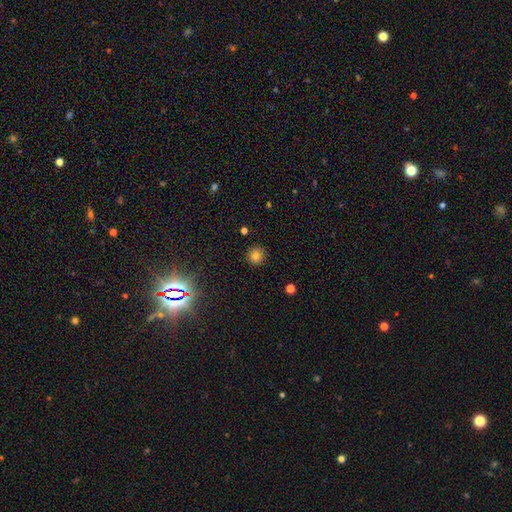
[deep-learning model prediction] The model was most divided on "smooth or featured": smooth: 79%, star or artifact: 15%, featured or disk: 6%. More confident: how rounded — round (95%); merging — none (91%).